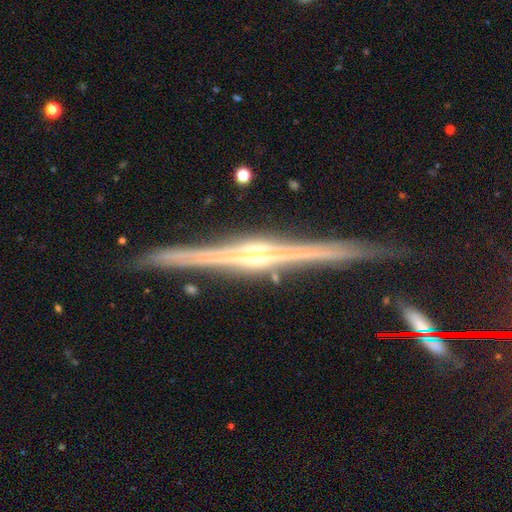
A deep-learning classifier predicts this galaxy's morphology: type=featured or disk (90%); edge-on=yes (99%); edge-on bulge=rounded (75%); merging=none (91%).